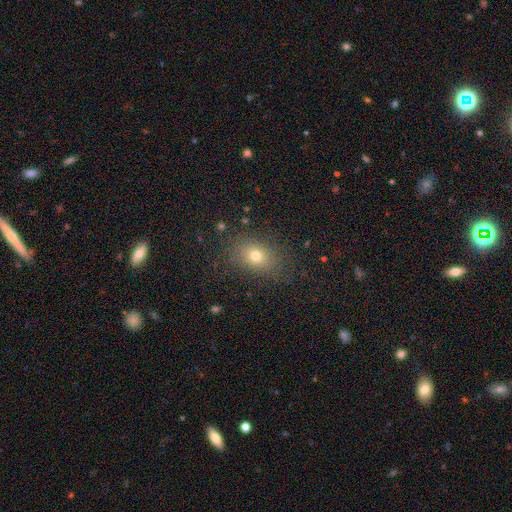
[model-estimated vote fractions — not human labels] Morphology: type=smooth (73%); roundness=in between (67%); merging=none (82%).